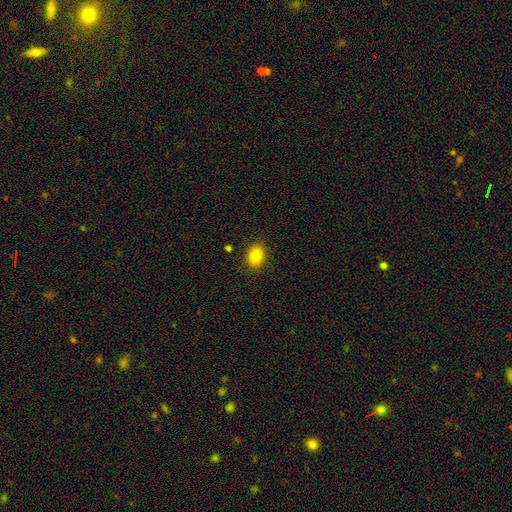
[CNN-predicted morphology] Q: Smooth or featured?
A: smooth (84%); runner-up: star or artifact (10%)
Q: How rounded?
A: in between (66%); runner-up: round (33%)
Q: Merging?
A: none (88%); runner-up: minor disturbance (9%)